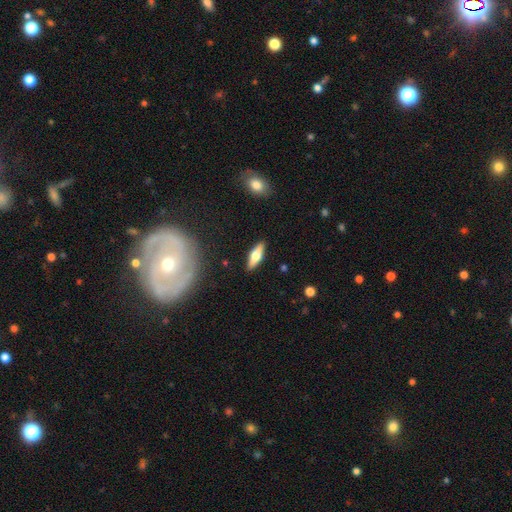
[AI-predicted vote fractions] Smooth or featured? smooth (49%)
Merging? none (89%)